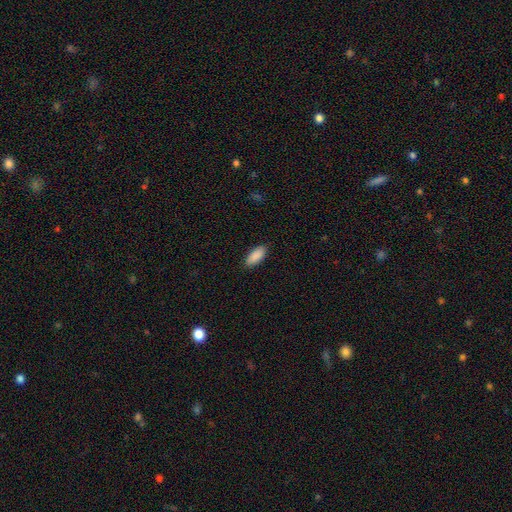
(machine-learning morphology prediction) smooth-or-featured: smooth: 90% | star or artifact: 6% | featured or disk: 4%
  how-rounded: in between: 84% | cigar-shaped: 14% | round: 2%
  merging: none: 87% | minor disturbance: 10% | major disturbance: 2% | merger: 1%